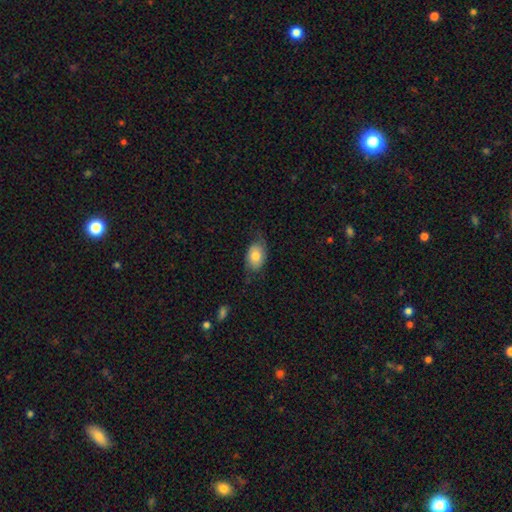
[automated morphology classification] type=smooth (69%); roundness=in between (83%); merging=none (58%).